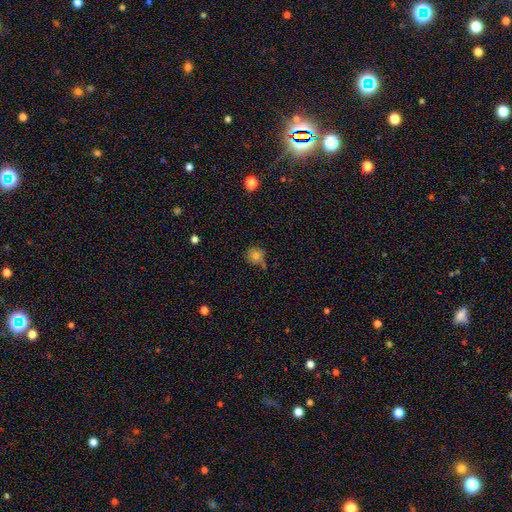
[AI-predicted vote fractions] Smooth or featured? Predicted: smooth (p=0.73). How rounded? Predicted: round (p=0.86). Merging? Predicted: none (p=0.61).